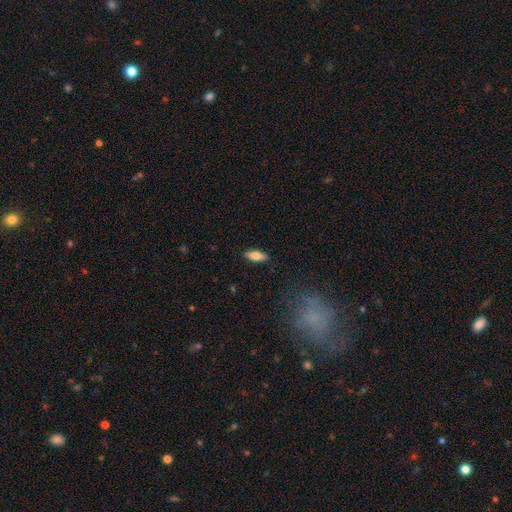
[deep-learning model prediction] A smooth galaxy with no disk features (74%) that is in between round and cigar-shaped (68%). Merging: none (88%).